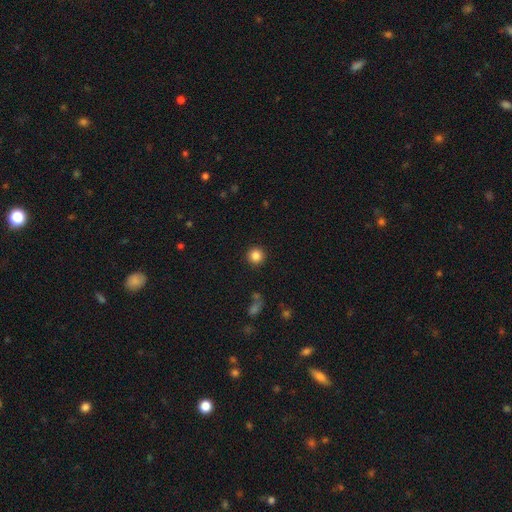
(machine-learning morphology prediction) Overall: smooth (85%). How rounded: round (95%). Merging: none (91%).